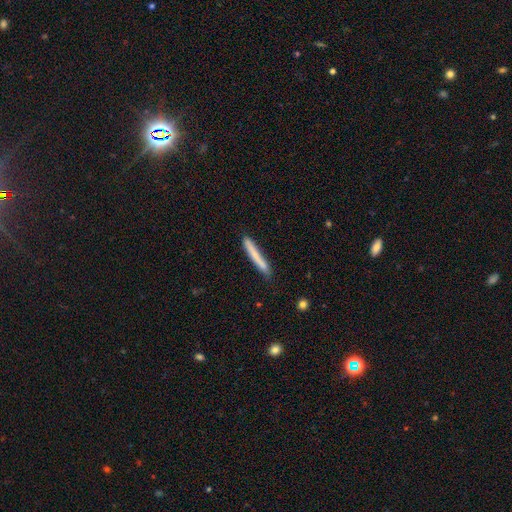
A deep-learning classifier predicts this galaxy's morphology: This is likely a smooth galaxy (71%). How rounded: clearly cigar-shaped (96%). Merging: clearly none (82%).